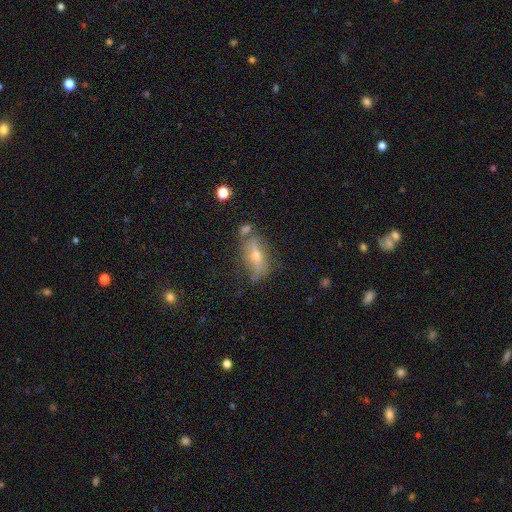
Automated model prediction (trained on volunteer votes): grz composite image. It shows a featured or disk galaxy (58%) viewed edge-on (53%). Merging: none (56%).